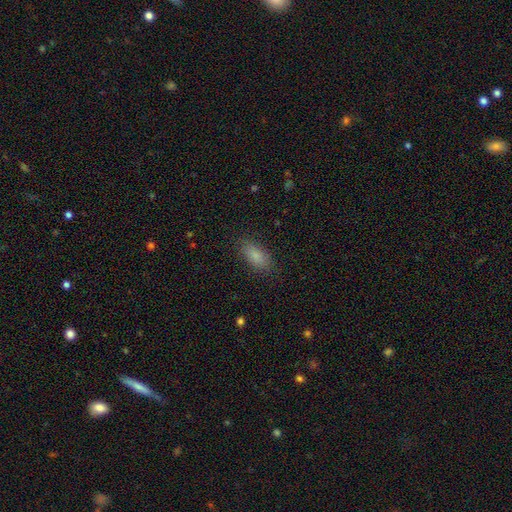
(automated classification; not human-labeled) smooth 86%, star or artifact 8%, featured or disk 6%. Down the decision tree: how rounded — in between (84%); merging — none (85%).